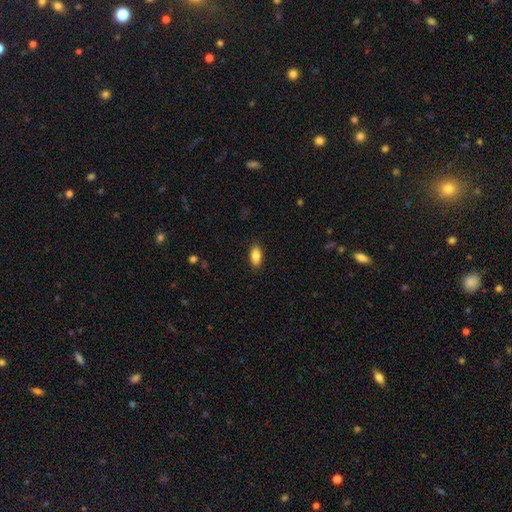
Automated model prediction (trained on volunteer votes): Smooth or featured?
  - smooth: 88% *
  - star or artifact: 7%
  - featured or disk: 5%
How rounded?
  - in between: 90% *
  - cigar-shaped: 6%
  - round: 4%
Merging?
  - none: 87% *
  - minor disturbance: 9%
  - major disturbance: 2%
  - merger: 1%